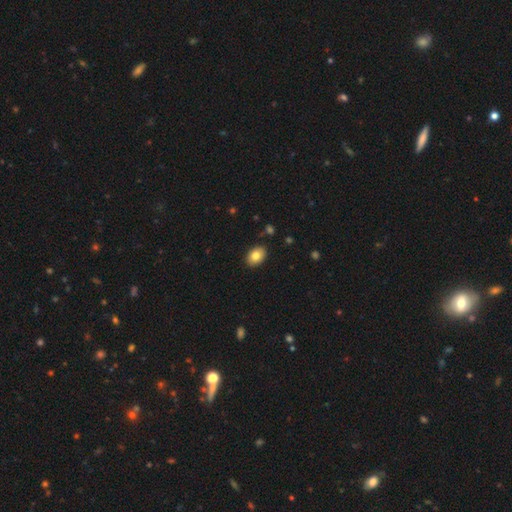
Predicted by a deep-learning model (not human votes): A smooth galaxy with no disk features (81%) that is in between round and cigar-shaped (80%). Merging: none (88%).